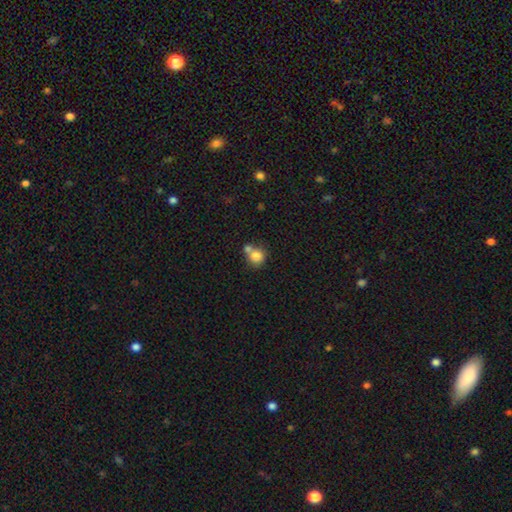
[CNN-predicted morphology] Q: Smooth or featured?
A: smooth (81%); runner-up: star or artifact (10%)
Q: How rounded?
A: round (86%); runner-up: in between (13%)
Q: Merging?
A: none (47%); runner-up: merger (41%)